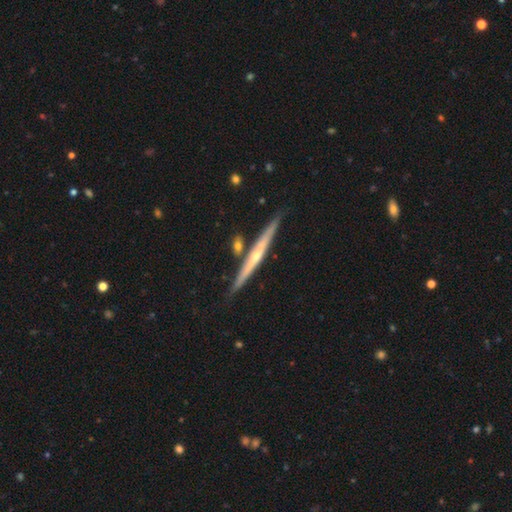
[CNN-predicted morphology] type=featured or disk (71%); edge-on=yes (97%); edge-on bulge=rounded (62%); merging=none (83%).